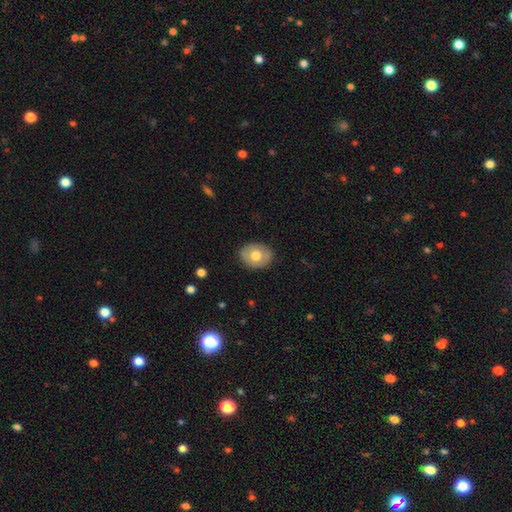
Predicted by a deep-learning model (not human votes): Q: Smooth or featured?
A: smooth (63%); runner-up: featured or disk (31%)
Q: How rounded?
A: in between (50%); runner-up: round (49%)
Q: Merging?
A: none (83%); runner-up: minor disturbance (13%)